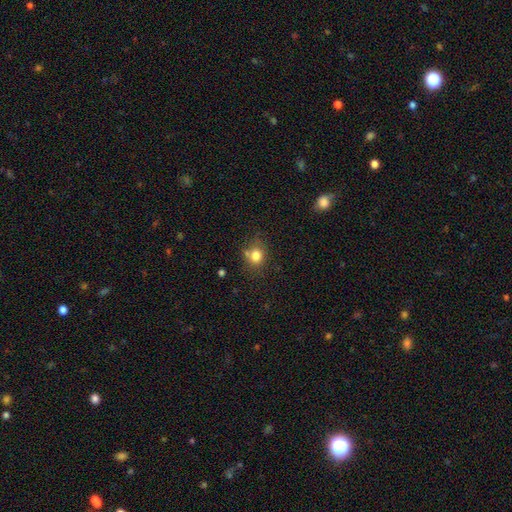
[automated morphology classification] Overall: smooth (80%). How rounded: round (68%; in between 31%). Merging: none (62%).